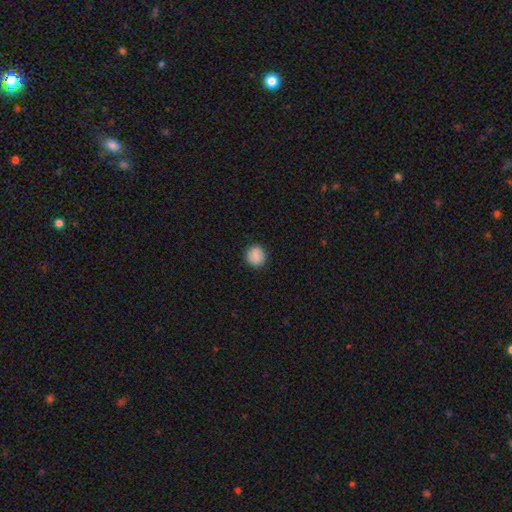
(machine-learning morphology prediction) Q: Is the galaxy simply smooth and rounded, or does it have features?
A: smooth — 89%.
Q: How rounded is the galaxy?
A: round — 90%.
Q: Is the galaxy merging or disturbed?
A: none — 91%.